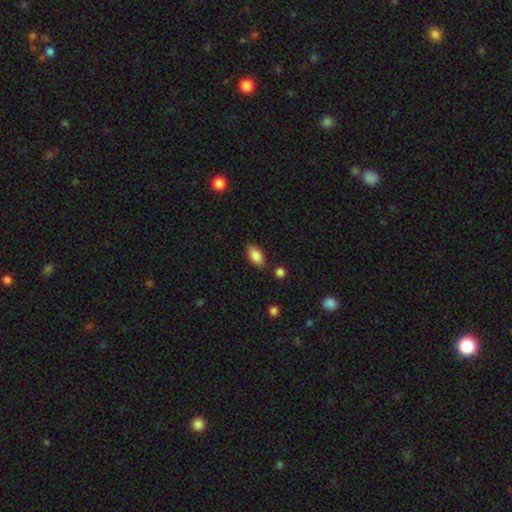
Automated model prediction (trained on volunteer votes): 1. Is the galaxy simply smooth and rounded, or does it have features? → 85% smooth, 8% featured or disk, 7% star or artifact.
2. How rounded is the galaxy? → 90% in between, 6% cigar-shaped, 4% round.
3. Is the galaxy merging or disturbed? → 82% none, 12% minor disturbance, 3% merger, 3% major disturbance.